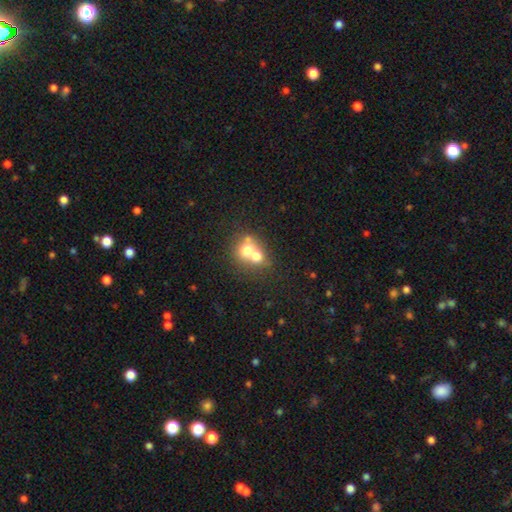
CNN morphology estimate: This appears to be a smooth galaxy with no disk features (63%) that is round (68%). Merging: merger (67%).